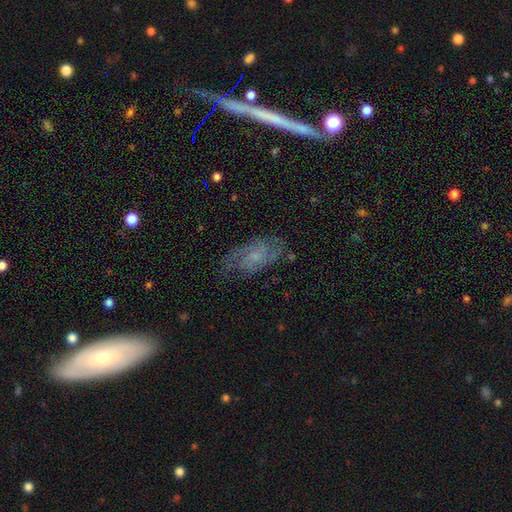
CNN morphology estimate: The model was most divided on "spiral arm count": 2: 40%, can't tell: 35%, 3: 12%, 1: 5%, 4: 5%, more than 4: 4%. Remaining: edge-on disk — no (94%); spiral arms — yes (87%); bar — no (69%); smooth or featured — featured or disk (66%); merging — none (66%); bulge size — small (62%); spiral winding — medium (43%).